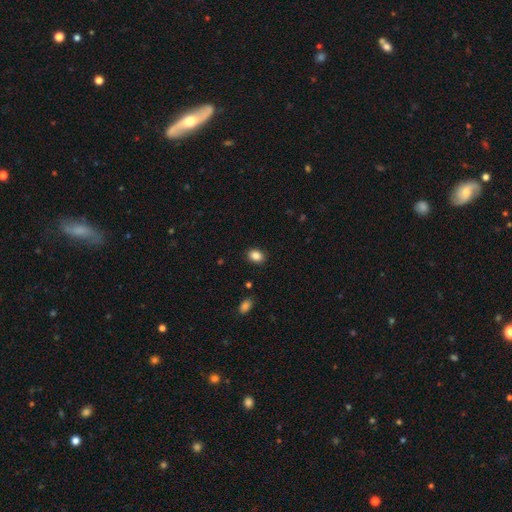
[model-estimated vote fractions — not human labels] smooth_or_featured: smooth (p=0.87) [alt: star or artifact p=0.09]
how_rounded: in between (p=0.70) [alt: round p=0.29]
merging: none (p=0.88) [alt: minor disturbance p=0.08]